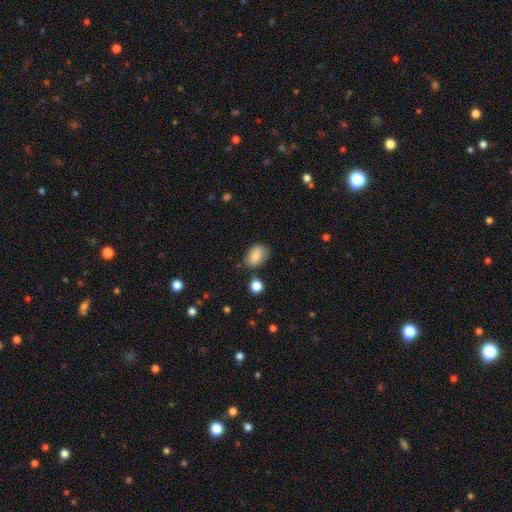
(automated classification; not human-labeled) Smooth or featured? smooth (83%)
How rounded? in between (84%)
Merging? none (70%)